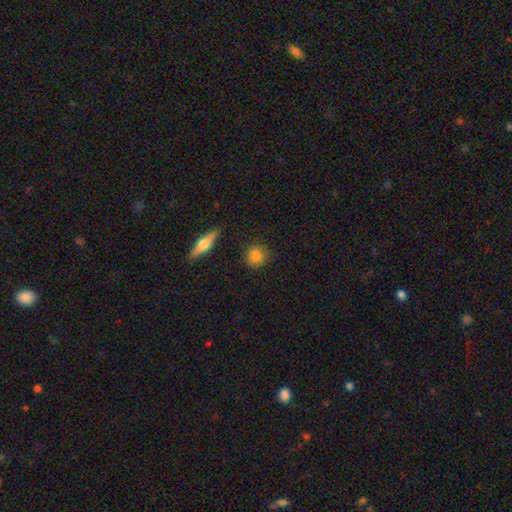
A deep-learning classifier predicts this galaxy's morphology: This appears to be a smooth galaxy with no disk features (83%) that is round (89%). Merging: none (87%).